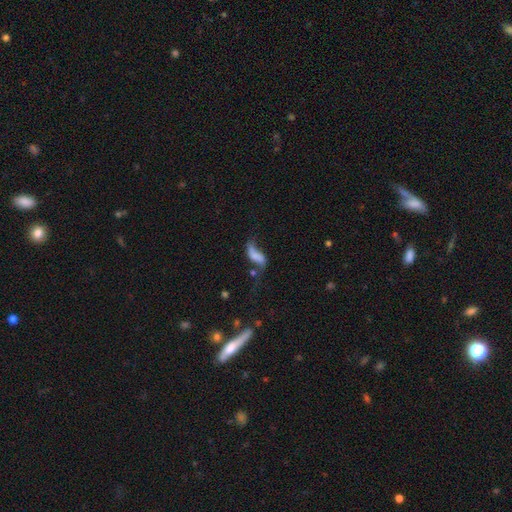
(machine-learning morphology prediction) Smooth or featured? Predicted: featured or disk (p=0.51). Edge-on disk? Predicted: no (p=0.91). Merging? Predicted: none (p=0.33).